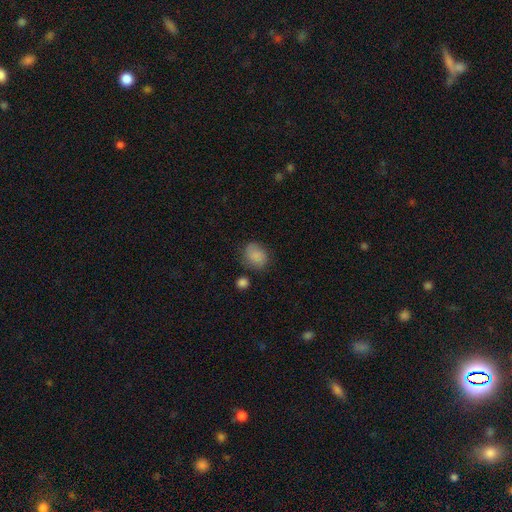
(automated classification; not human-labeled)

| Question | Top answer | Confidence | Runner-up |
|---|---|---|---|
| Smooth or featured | smooth | 82% | star or artifact (9%) |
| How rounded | round | 51% | in between (48%) |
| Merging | none | 73% | minor disturbance (18%) |